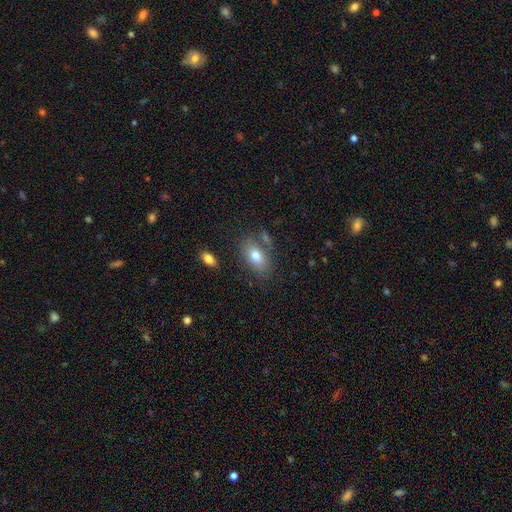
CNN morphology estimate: Q: Smooth or featured?
A: smooth (77%); runner-up: featured or disk (15%)
Q: How rounded?
A: in between (88%); runner-up: round (10%)
Q: Merging?
A: none (71%); runner-up: minor disturbance (15%)